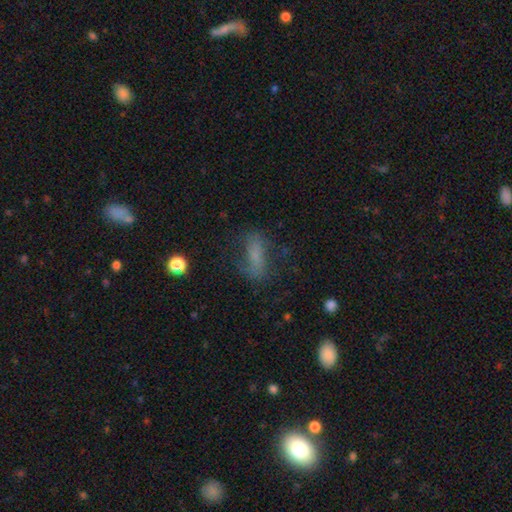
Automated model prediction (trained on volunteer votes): Smooth or featured: smooth — 52% (featured or disk — 31%)
How rounded: in between — 60% (cigar-shaped — 34%)
Merging: none — 56% (minor disturbance — 22%)